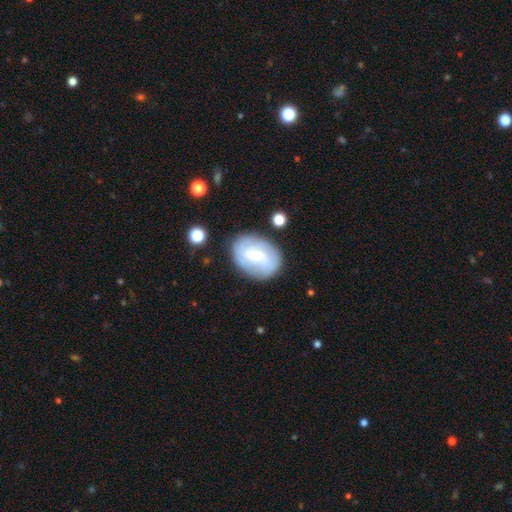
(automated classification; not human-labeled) smooth_or_featured: featured or disk (p=0.51) [alt: smooth p=0.42]
disk_edge_on: no (p=0.96) [alt: yes p=0.04]
merging: none (p=0.78) [alt: minor disturbance p=0.15]